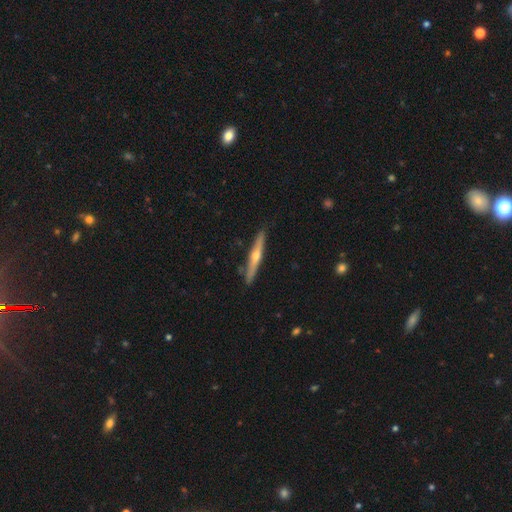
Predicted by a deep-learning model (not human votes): This appears to be a featured or disk galaxy (67%) viewed edge-on (97%) with a rounded central bulge (89%). Merging: none (89%).